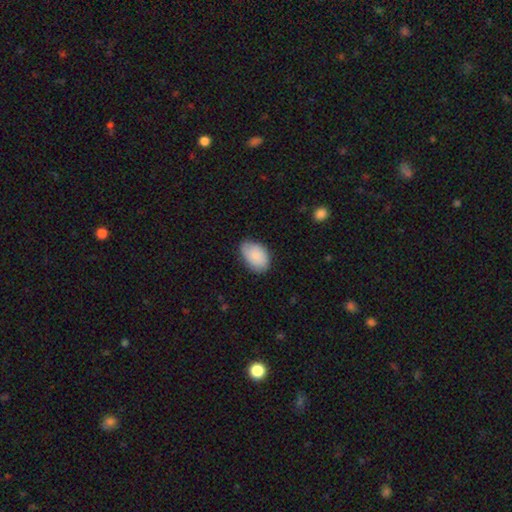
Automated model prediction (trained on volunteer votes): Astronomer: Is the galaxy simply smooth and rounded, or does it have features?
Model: smooth — 86%.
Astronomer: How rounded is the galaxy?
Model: in between — 89%.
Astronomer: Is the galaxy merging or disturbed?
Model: none — 68%.